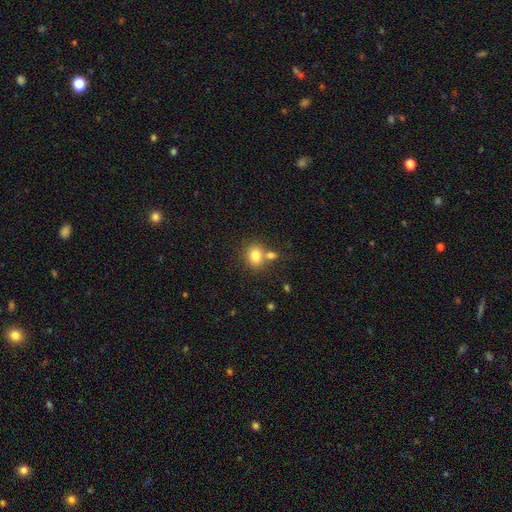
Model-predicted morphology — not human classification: Q: Smooth or featured?
A: smooth (81%); runner-up: star or artifact (10%)
Q: How rounded?
A: round (54%); runner-up: in between (45%)
Q: Merging?
A: none (54%); runner-up: merger (32%)